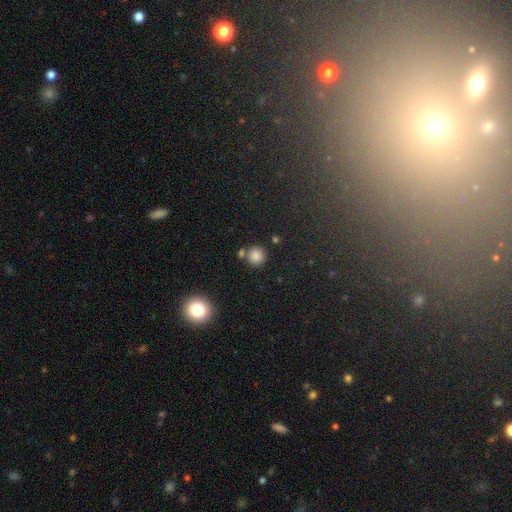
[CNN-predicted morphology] A smooth galaxy with no disk features (82%) that is round (92%). Merging: none (74%).